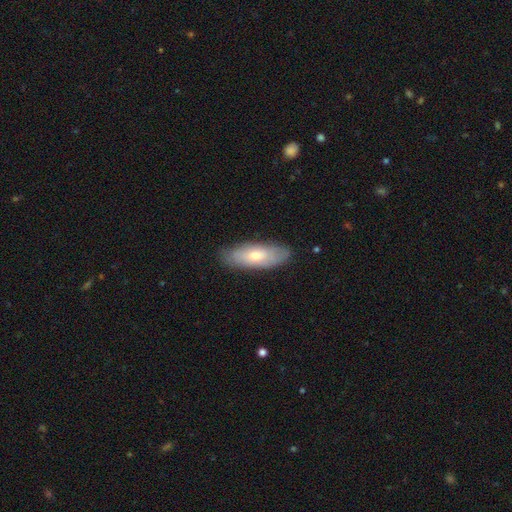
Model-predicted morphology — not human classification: smooth 58%, featured or disk 36%, star or artifact 6%. Down the decision tree: how rounded — in between (72%); merging — none (83%).